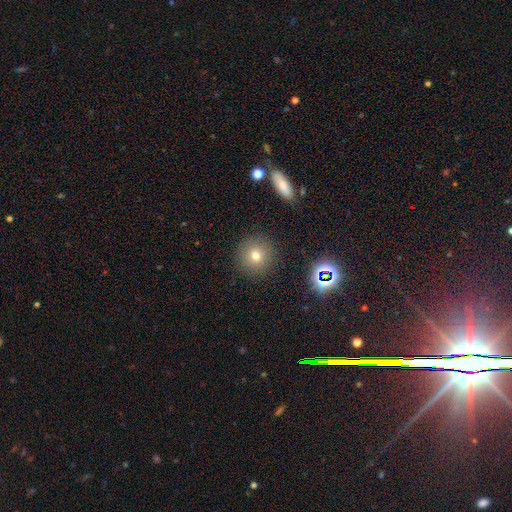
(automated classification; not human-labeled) This is likely a smooth galaxy (74%). How rounded: clearly round (94%). Merging: clearly none (89%).